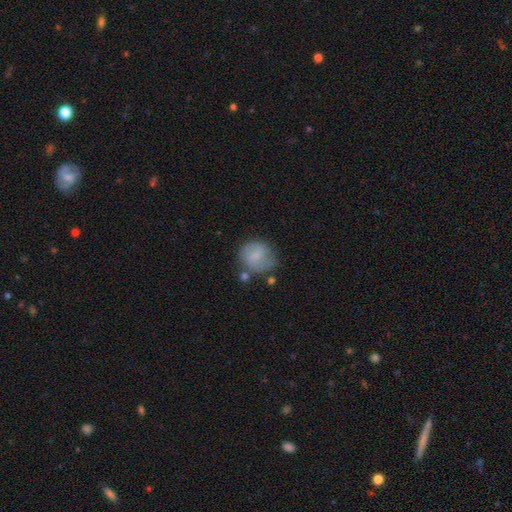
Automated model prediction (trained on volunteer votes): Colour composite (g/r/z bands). It shows a smooth galaxy with no disk features (66%) that is round (77%). Merging: none (57%).